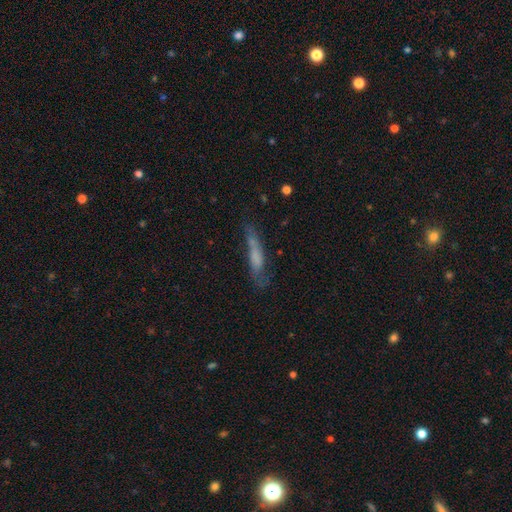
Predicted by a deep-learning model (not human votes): smooth 53%, featured or disk 38%, star or artifact 10%. Down the decision tree: how rounded — cigar-shaped (83%); merging — none (54%).